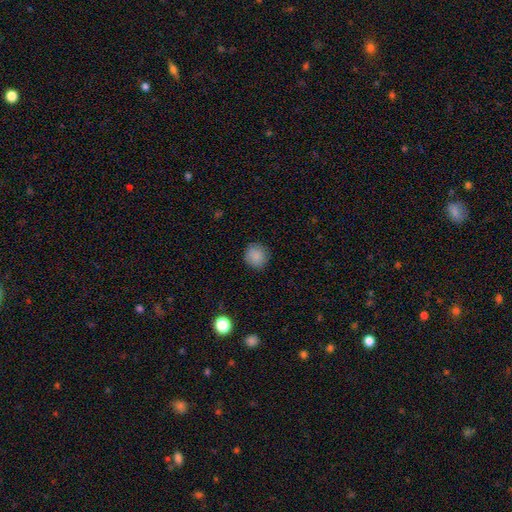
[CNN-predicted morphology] Q: Smooth or featured?
A: smooth (87%); runner-up: star or artifact (9%)
Q: How rounded?
A: round (92%); runner-up: in between (7%)
Q: Merging?
A: none (88%); runner-up: minor disturbance (9%)